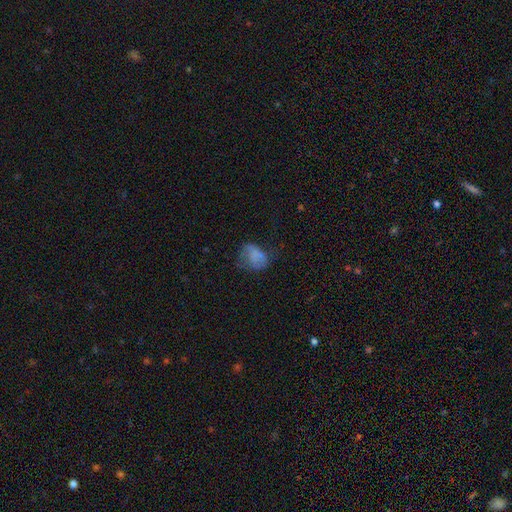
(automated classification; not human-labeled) The model was most divided on "merging": none: 35%, major disturbance: 33%, minor disturbance: 29%, merger: 3%. More confident: how rounded — in between (70%); smooth or featured — smooth (62%).